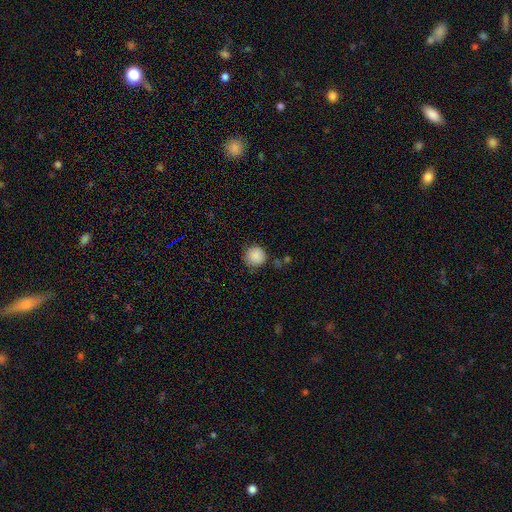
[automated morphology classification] A smooth galaxy with no disk features (88%) that is round (94%).

Vote fractions:
- Smooth or featured? smooth: 88% / star or artifact: 9% / featured or disk: 3%
- How rounded? round: 94% / in between: 5% / cigar-shaped: 1%
- Merging? none: 81% / minor disturbance: 13% / major disturbance: 3% / merger: 3%